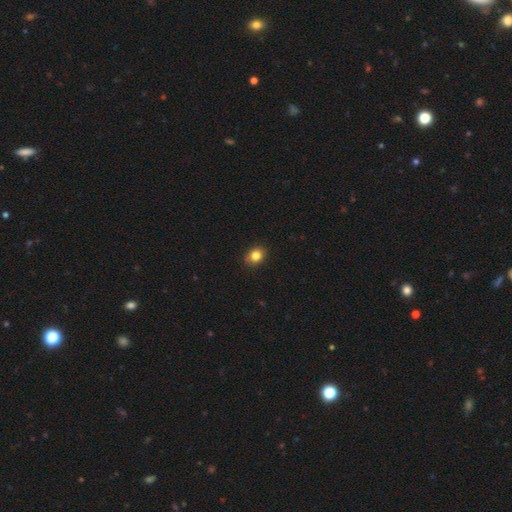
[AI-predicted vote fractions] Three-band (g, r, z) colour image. It shows a smooth galaxy with no disk features (84%) that is in between round and cigar-shaped (52%). Merging: none (88%).